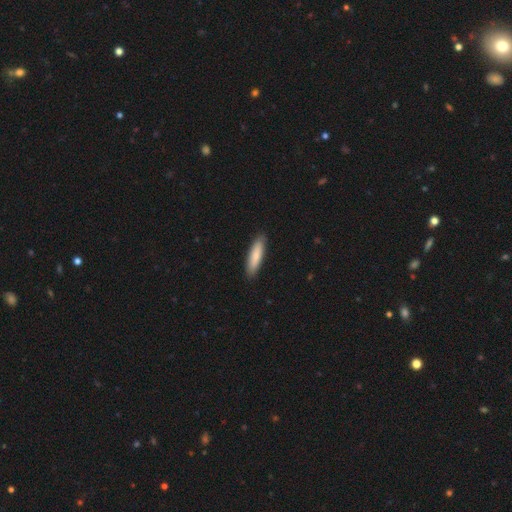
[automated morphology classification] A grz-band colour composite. It shows a smooth galaxy with no disk features (83%) that is cigar-shaped (72%). Merging: none (89%).